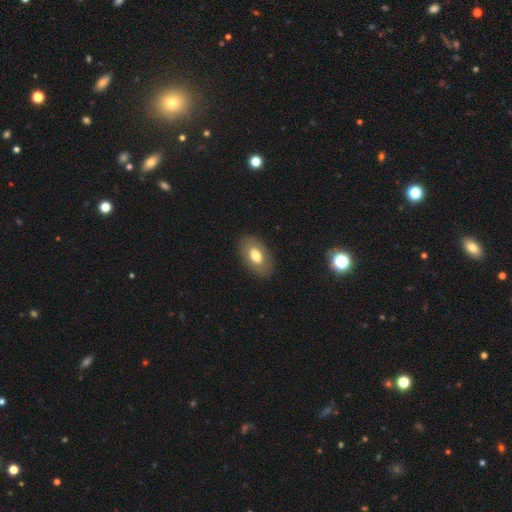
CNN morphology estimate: Overall: smooth (71%). How rounded: in between (91%). Merging: none (87%).